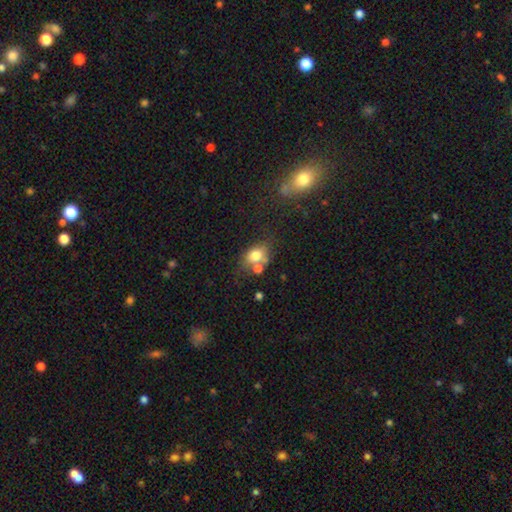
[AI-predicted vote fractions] smooth-or-featured: smooth: 74% | featured or disk: 15% | star or artifact: 11%
  how-rounded: in between: 65% | round: 33% | cigar-shaped: 2%
  merging: none: 45% | merger: 28% | minor disturbance: 18% | major disturbance: 8%